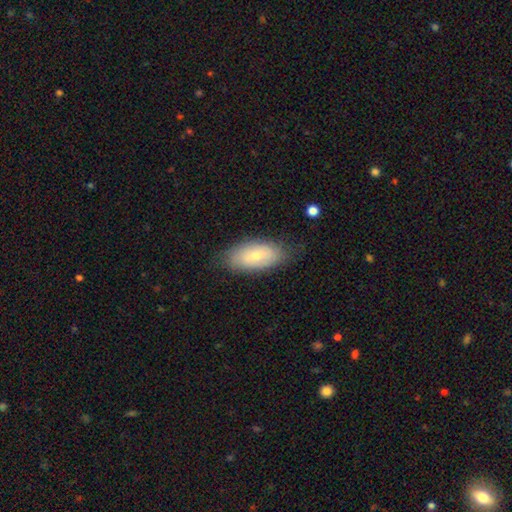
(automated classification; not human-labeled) This is likely a smooth galaxy (61%). How rounded: clearly in between (91%). Merging: likely none (76%).